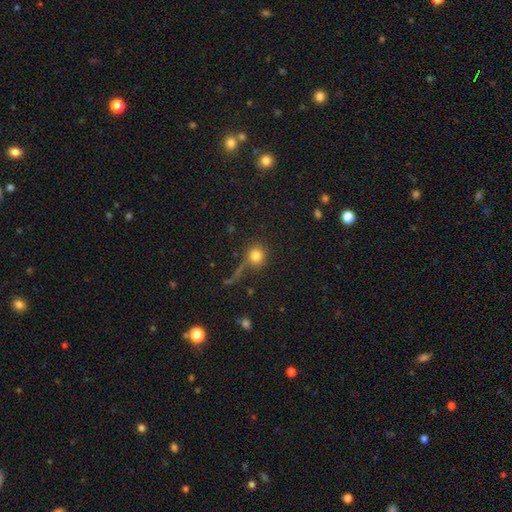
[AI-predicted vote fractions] The model was most divided on "merging": none: 67%, minor disturbance: 13%, major disturbance: 11%, merger: 10%. More confident: how rounded — round (89%); smooth or featured — smooth (80%).